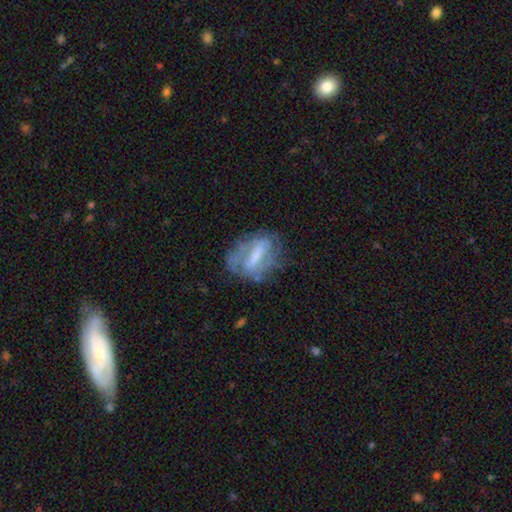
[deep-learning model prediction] A featured or disk galaxy (62%) with a strong bar (52%), no spiral arms (55%) and a moderate central bulge (32%).

Vote fractions:
- Smooth or featured? featured or disk: 62% / smooth: 29% / star or artifact: 9%
- Edge-on disk? no: 91% / yes: 9%
- Bar? strong: 52% / weak: 32% / no: 16%
- Spiral arms? no: 55% / yes: 45%
- Bulge size? moderate: 32% / none: 29% / small: 28% / large: 9% / dominant: 1%
- Merging? none: 54% / minor disturbance: 24% / major disturbance: 18% / merger: 3%